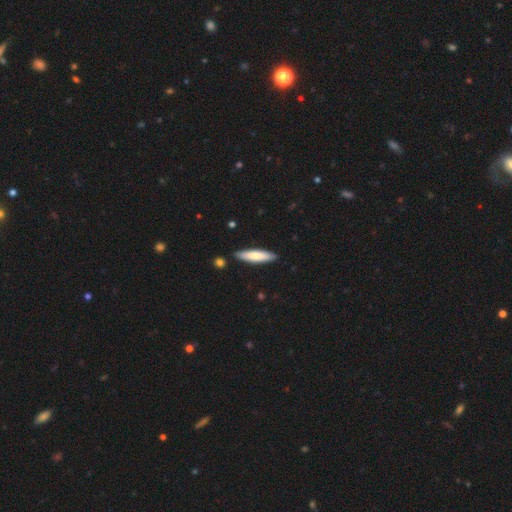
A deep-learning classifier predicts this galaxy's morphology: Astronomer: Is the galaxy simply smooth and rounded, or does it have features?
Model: smooth — 76%.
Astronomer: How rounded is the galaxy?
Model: cigar-shaped — 75%.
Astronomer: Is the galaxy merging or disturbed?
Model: none — 88%.